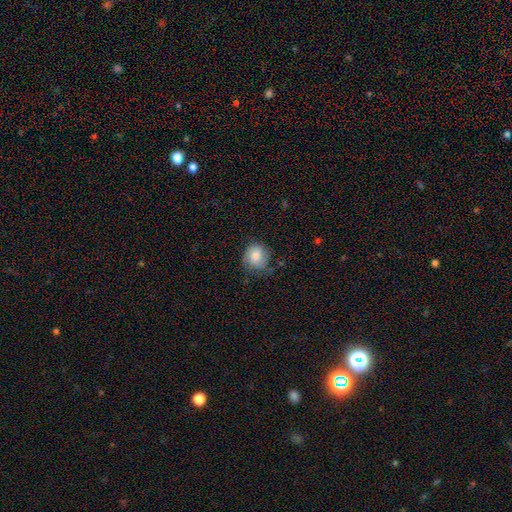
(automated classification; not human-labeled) smooth-or-featured: smooth: 72% | featured or disk: 21% | star or artifact: 8%
  how-rounded: round: 77% | in between: 22% | cigar-shaped: 1%
  merging: none: 61% | minor disturbance: 28% | major disturbance: 9% | merger: 2%